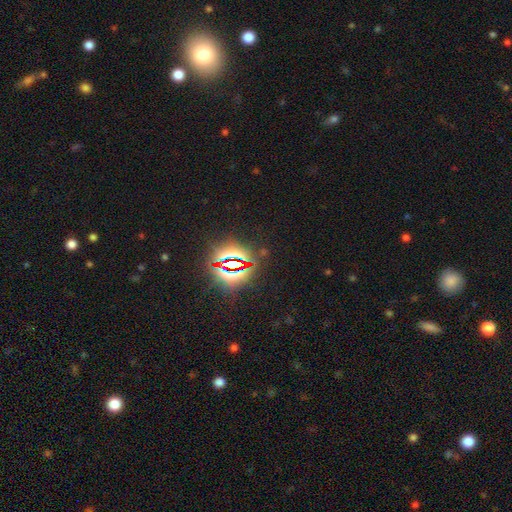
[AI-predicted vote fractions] Morphology: type=star or artifact (82%).